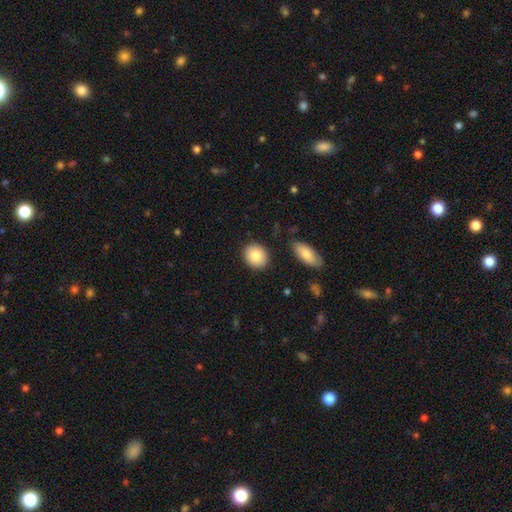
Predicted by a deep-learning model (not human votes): Overall: smooth (86%). How rounded: round (68%; in between 31%). Merging: none (88%).